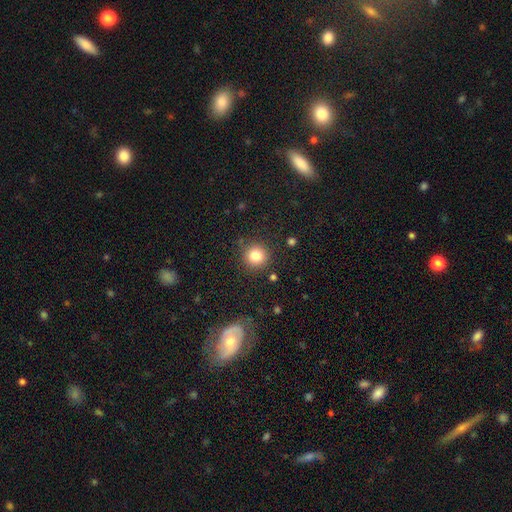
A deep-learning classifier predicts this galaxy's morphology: Q: Smooth or featured?
A: smooth (82%); runner-up: star or artifact (12%)
Q: How rounded?
A: round (93%); runner-up: in between (6%)
Q: Merging?
A: none (88%); runner-up: minor disturbance (8%)